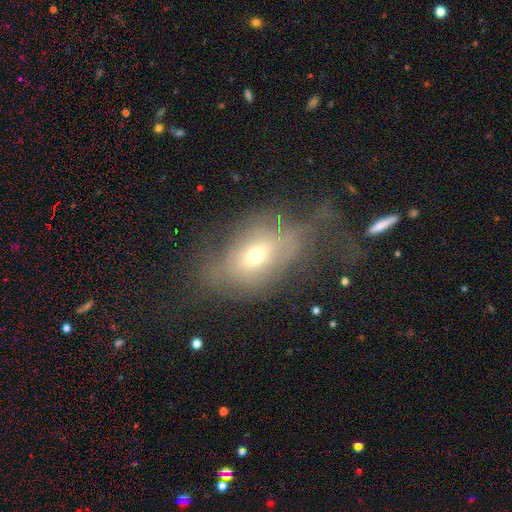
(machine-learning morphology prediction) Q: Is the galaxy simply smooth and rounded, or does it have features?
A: smooth — 52%.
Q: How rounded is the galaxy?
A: in between — 75%.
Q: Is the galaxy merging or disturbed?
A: major disturbance — 41%.